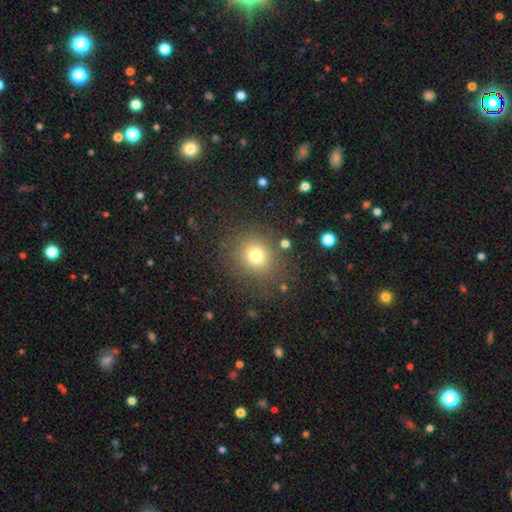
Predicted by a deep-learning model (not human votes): smooth 74%, star or artifact 16%, featured or disk 10%. Down the decision tree: how rounded — round (78%); merging — none (81%).